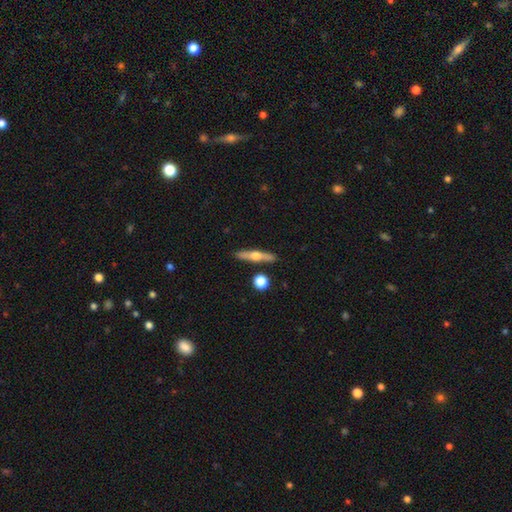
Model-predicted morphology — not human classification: smooth_or_featured: featured or disk (p=0.56) [alt: smooth p=0.37]
disk_edge_on: yes (p=0.94) [alt: no p=0.06]
edge_on_bulge: rounded (p=0.93) [alt: none p=0.04]
merging: none (p=0.86) [alt: minor disturbance p=0.08]